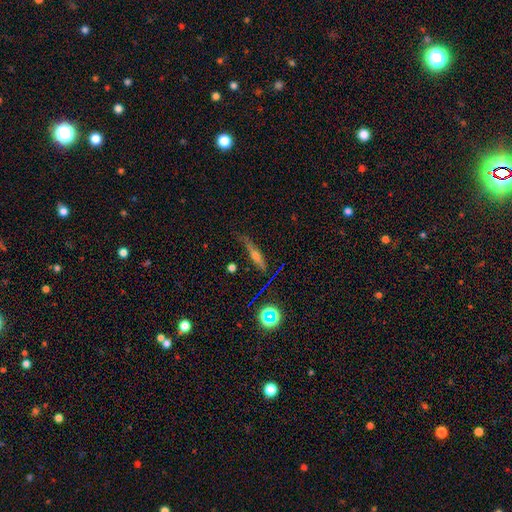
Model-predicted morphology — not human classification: A featured or disk galaxy (58%) viewed edge-on (88%) with a rounded central bulge (67%).

Vote fractions:
- Smooth or featured? featured or disk: 58% / smooth: 27% / star or artifact: 14%
- Edge-on disk? yes: 88% / no: 12%
- Edge-on bulge? rounded: 67% / none: 20% / boxy: 13%
- Merging? none: 74% / minor disturbance: 17% / major disturbance: 6% / merger: 3%